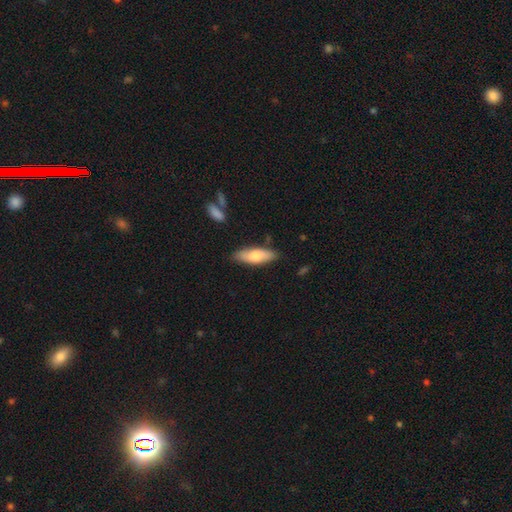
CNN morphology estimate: The model was most divided on "how rounded": in between: 56%, cigar-shaped: 42%, round: 2%. More confident: merging — none (84%); smooth or featured — smooth (69%).